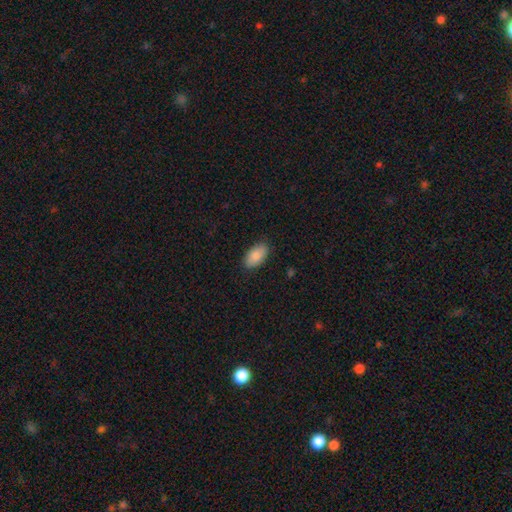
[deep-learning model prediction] This appears to be a smooth galaxy with no disk features (88%) that is in between round and cigar-shaped (94%). Merging: none (87%).